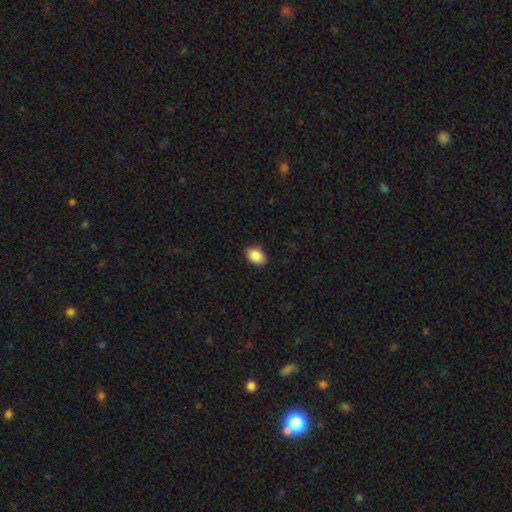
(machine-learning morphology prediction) Smooth or featured? smooth (88%)
How rounded? in between (79%)
Merging? none (89%)